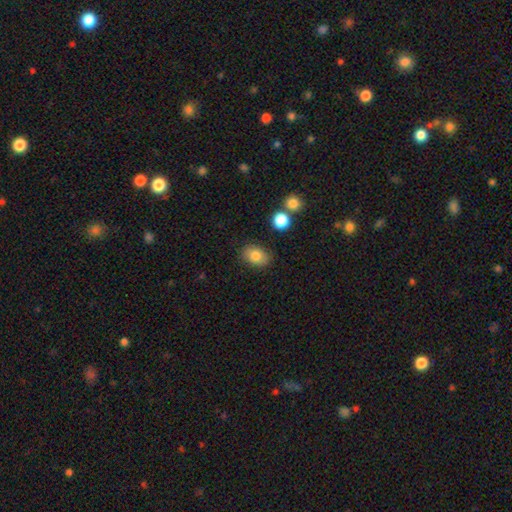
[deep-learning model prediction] This is clearly a smooth galaxy (82%). How rounded: likely in between (73%). Merging: clearly none (83%).